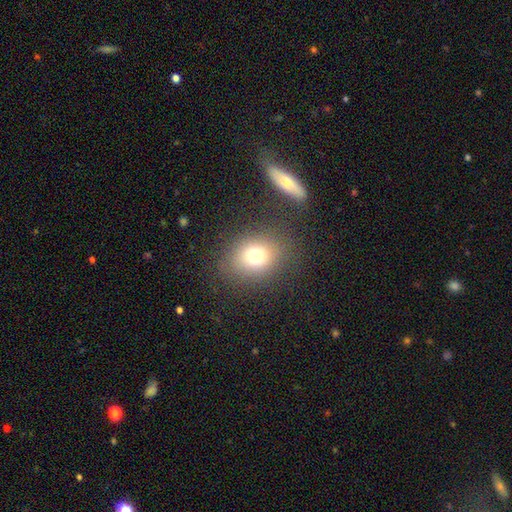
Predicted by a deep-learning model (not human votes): This is likely a smooth galaxy (73%). How rounded: possibly round (58%). Merging: clearly none (80%).